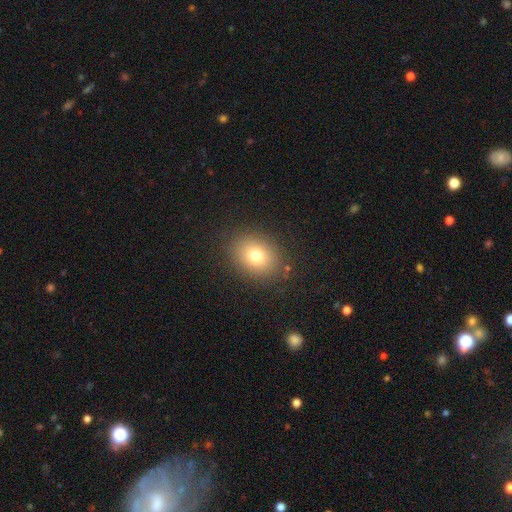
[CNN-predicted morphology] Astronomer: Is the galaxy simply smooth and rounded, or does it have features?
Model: smooth — 76%.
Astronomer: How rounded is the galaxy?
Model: round — 51% (runner-up: in between, 48%).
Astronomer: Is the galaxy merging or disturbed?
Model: none — 86%.